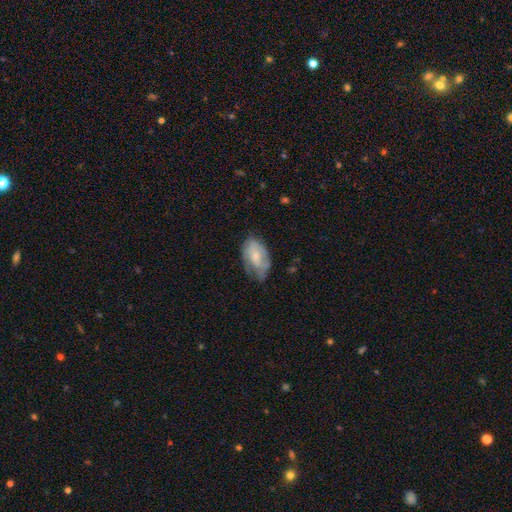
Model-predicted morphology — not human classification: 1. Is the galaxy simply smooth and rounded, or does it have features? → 52% smooth, 41% featured or disk, 7% star or artifact.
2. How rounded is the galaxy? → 91% in between, 7% round, 2% cigar-shaped.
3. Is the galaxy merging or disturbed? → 50% none, 34% minor disturbance, 14% major disturbance, 2% merger.